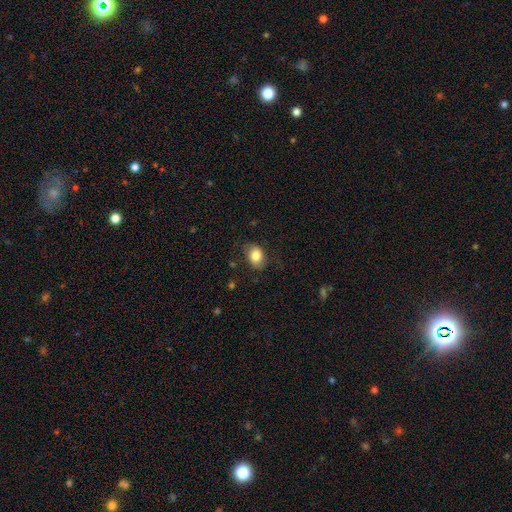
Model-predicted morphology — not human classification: Smooth or featured? smooth (84%)
How rounded? in between (67%)
Merging? none (75%)